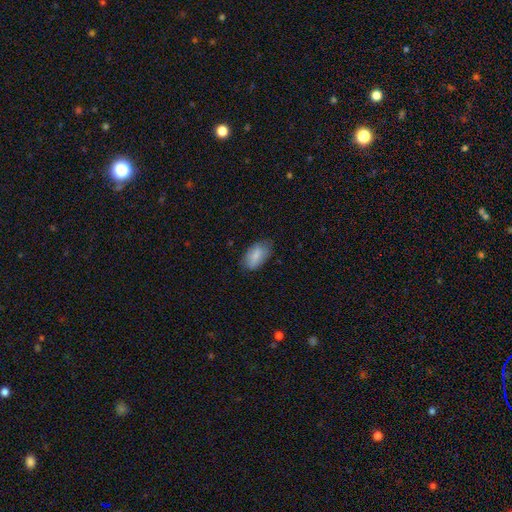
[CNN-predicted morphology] smooth 81%, featured or disk 12%, star or artifact 7%. Down the decision tree: how rounded — in between (92%); merging — none (72%).